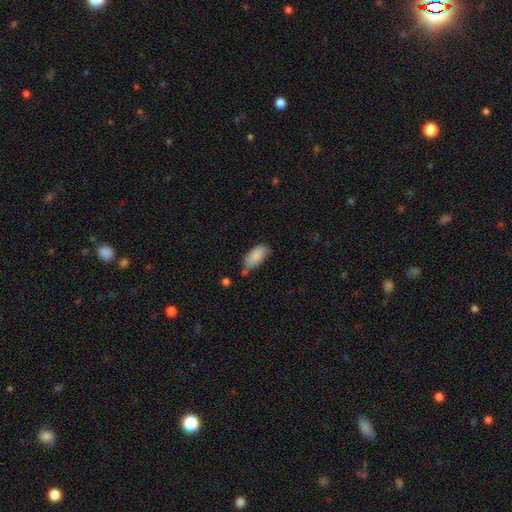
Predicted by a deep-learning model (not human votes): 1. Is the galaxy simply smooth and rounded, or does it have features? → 86% smooth, 8% featured or disk, 7% star or artifact.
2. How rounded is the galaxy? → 93% in between, 5% cigar-shaped, 2% round.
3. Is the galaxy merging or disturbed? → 58% none, 28% minor disturbance, 9% merger, 5% major disturbance.